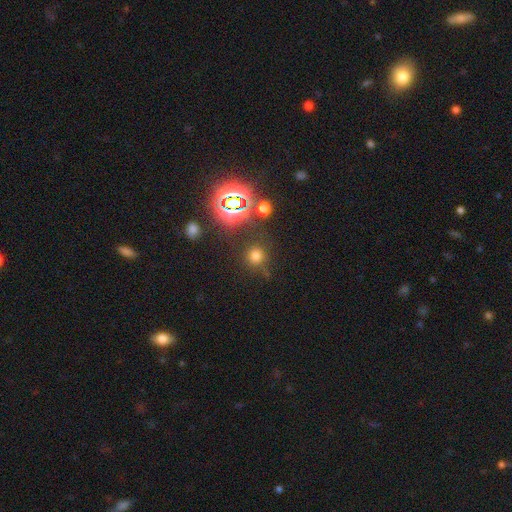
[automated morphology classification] Smooth or featured? smooth (65%)
How rounded? round (92%)
Merging? none (81%)